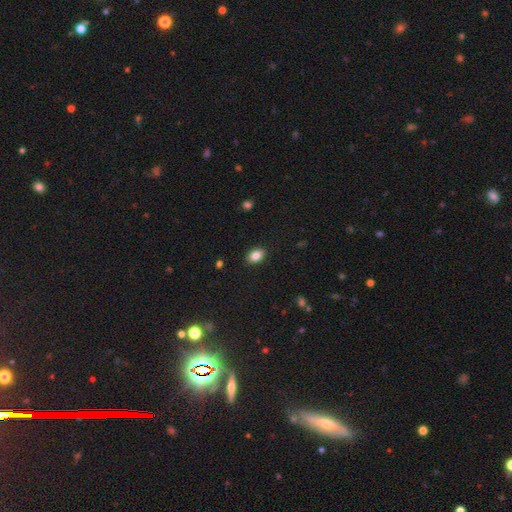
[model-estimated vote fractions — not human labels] Smooth or featured? smooth (85%)
How rounded? in between (83%)
Merging? none (89%)